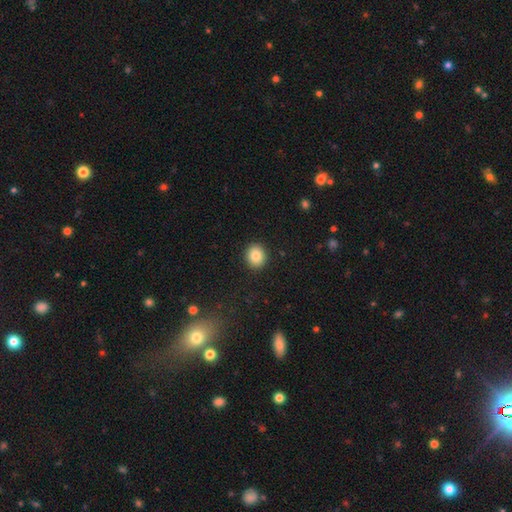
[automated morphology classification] smooth 85%, star or artifact 9%, featured or disk 6%. Down the decision tree: how rounded — round (77%); merging — none (91%).